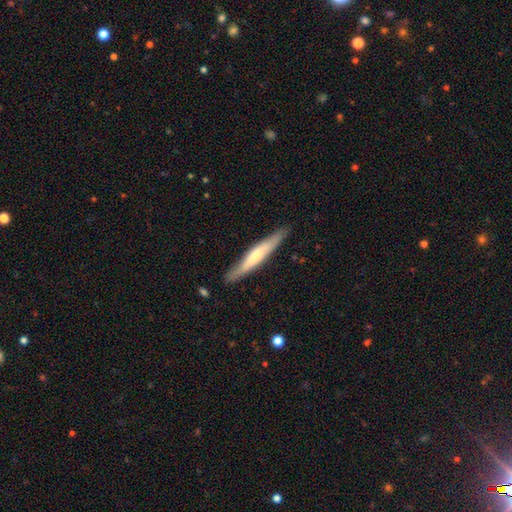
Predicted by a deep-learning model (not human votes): This is possibly a smooth galaxy (49%). Merging: clearly none (85%).